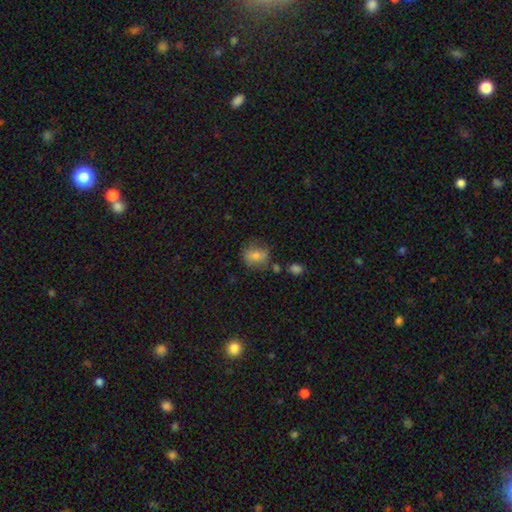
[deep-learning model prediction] Morphology: type=smooth (72%); roundness=round (61%); merging=none (68%).